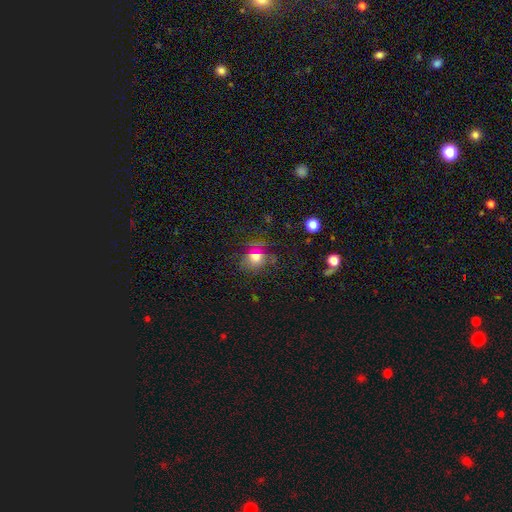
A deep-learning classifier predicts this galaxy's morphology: smooth 64%, star or artifact 25%, featured or disk 11%. Down the decision tree: how rounded — round (68%); merging — none (73%).